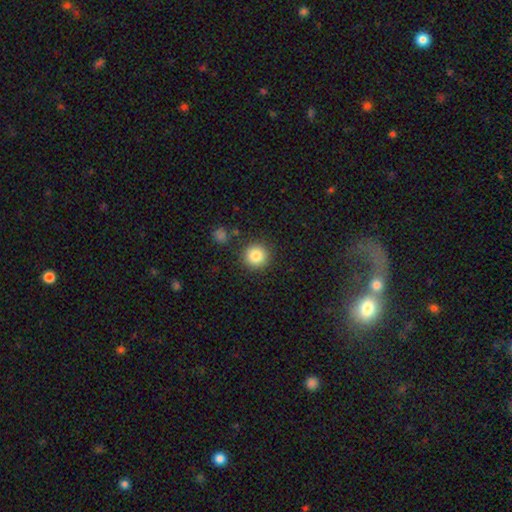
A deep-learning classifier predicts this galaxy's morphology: A smooth galaxy with no disk features (85%) that is round (95%). Merging: none (89%).